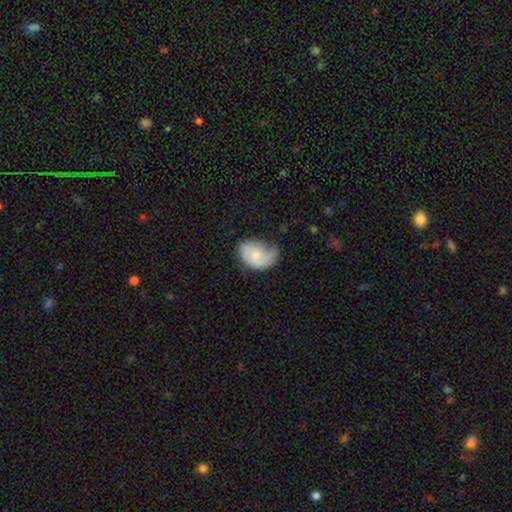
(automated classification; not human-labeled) Q: Smooth or featured?
A: featured or disk (48%); runner-up: smooth (45%)
Q: Merging?
A: none (38%); runner-up: minor disturbance (34%)